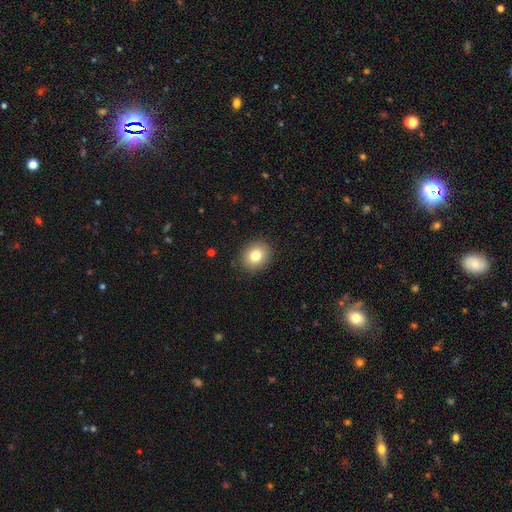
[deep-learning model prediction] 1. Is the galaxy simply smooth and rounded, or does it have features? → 80% smooth, 10% star or artifact, 10% featured or disk.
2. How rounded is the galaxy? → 67% round, 32% in between, 1% cigar-shaped.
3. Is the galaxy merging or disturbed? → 89% none, 8% minor disturbance, 2% major disturbance, 1% merger.